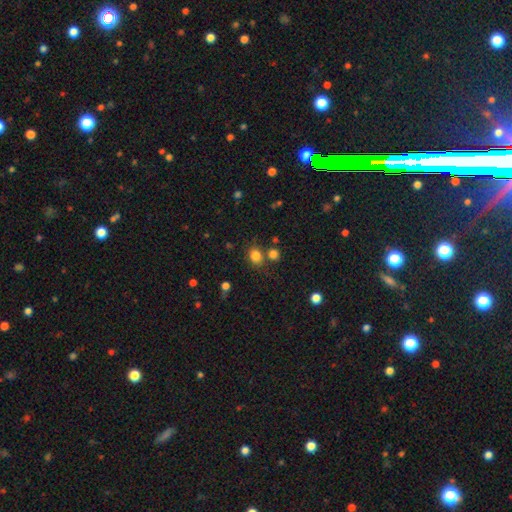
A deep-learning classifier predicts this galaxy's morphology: smooth 81%, star or artifact 13%, featured or disk 6%. Down the decision tree: how rounded — round (56%); merging — none (70%).